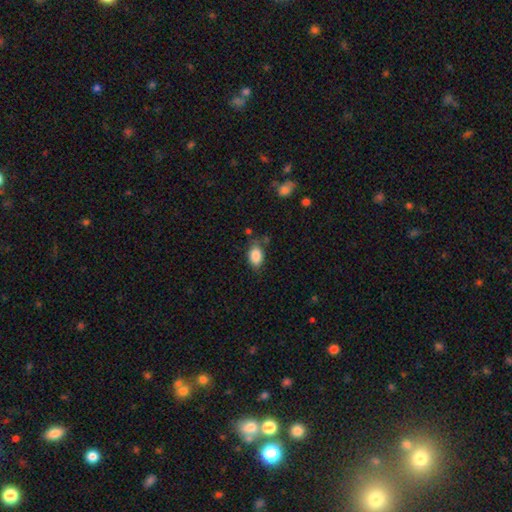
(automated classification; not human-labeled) A smooth galaxy with no disk features (87%) that is in between round and cigar-shaped (86%). Merging: none (71%).